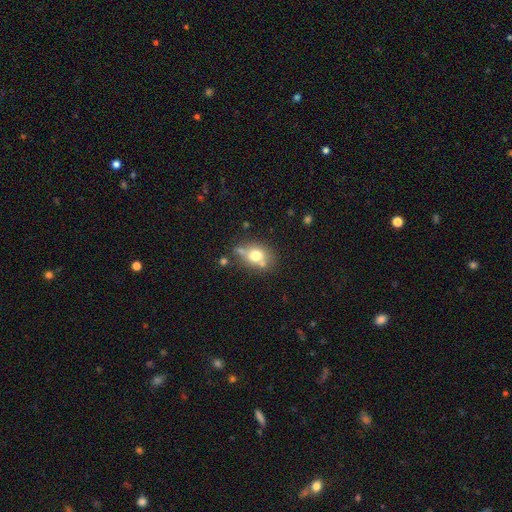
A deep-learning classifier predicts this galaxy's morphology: Q: Smooth or featured?
A: smooth (69%); runner-up: featured or disk (20%)
Q: How rounded?
A: in between (50%); runner-up: round (48%)
Q: Merging?
A: none (56%); runner-up: merger (19%)